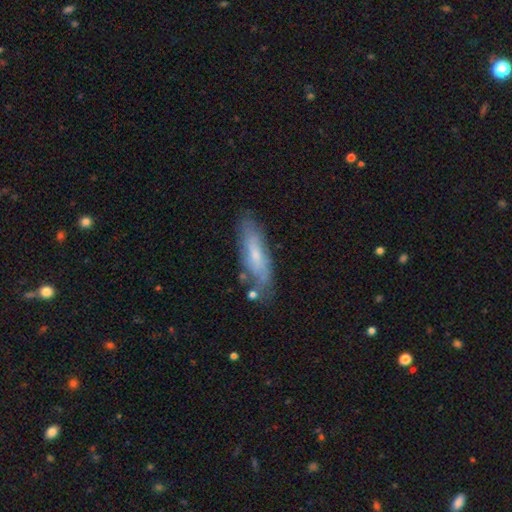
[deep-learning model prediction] Smooth or featured? smooth (53%)
How rounded? cigar-shaped (59%)
Merging? none (71%)